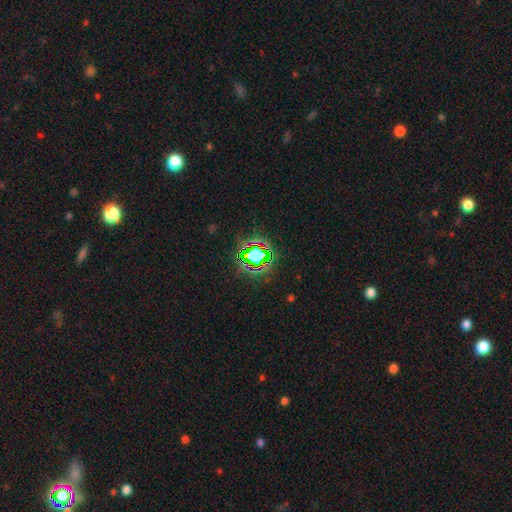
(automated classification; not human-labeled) Smooth or featured? star or artifact (69%)